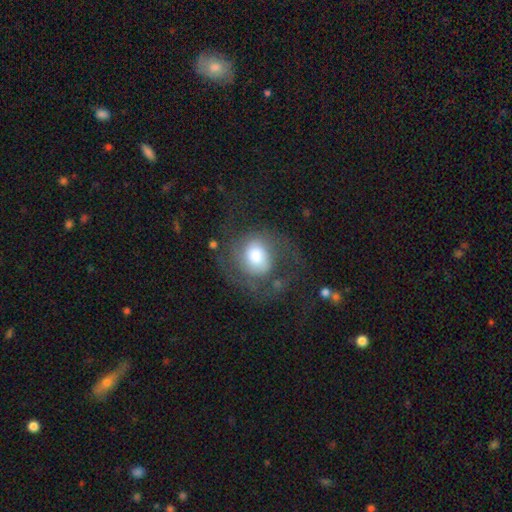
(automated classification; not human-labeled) Smooth or featured? featured or disk (51%)
Edge-on disk? no (97%)
Merging? none (48%)